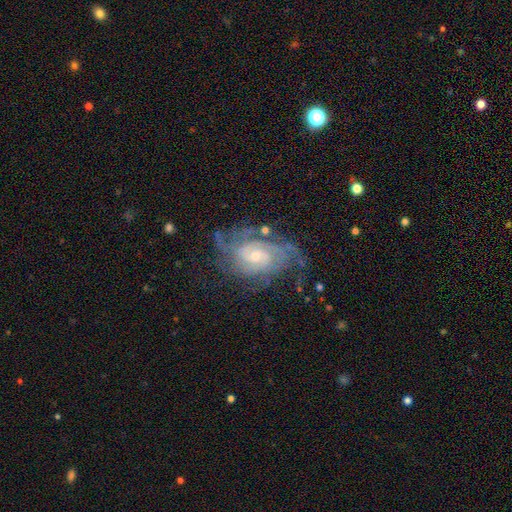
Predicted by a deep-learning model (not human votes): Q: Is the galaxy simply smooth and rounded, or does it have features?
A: featured or disk — 89%.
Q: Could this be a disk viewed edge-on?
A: no — 97%.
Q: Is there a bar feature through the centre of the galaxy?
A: no — 59%.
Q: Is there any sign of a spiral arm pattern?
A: yes — 97%.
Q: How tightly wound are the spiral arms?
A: tight — 66%.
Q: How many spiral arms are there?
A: can't tell — 28%.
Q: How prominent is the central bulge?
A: small — 55%.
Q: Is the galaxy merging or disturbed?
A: none — 64%.